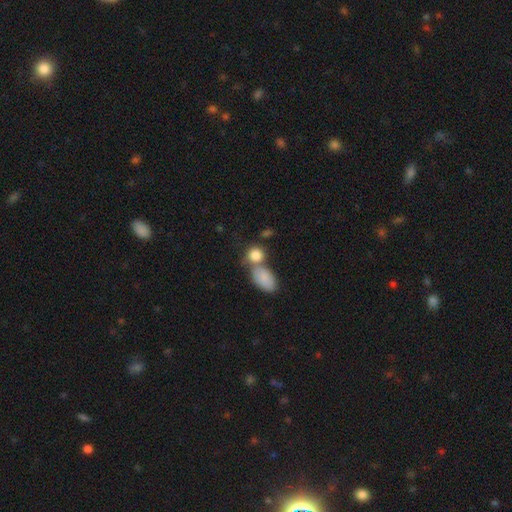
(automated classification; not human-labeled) smooth_or_featured: smooth (p=0.84) [alt: featured or disk p=0.09]
how_rounded: round (p=0.53) [alt: in between p=0.44]
merging: merger (p=0.44) [alt: none p=0.40]